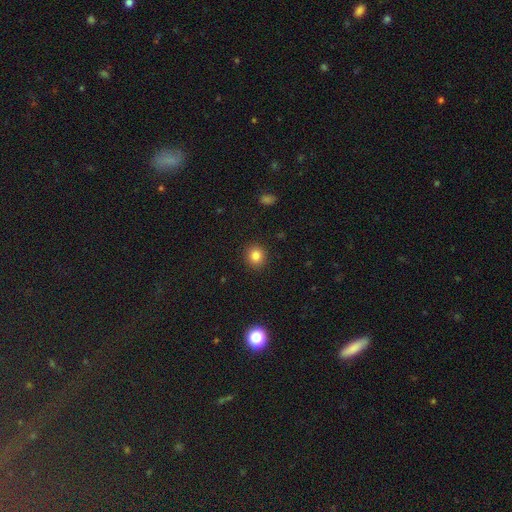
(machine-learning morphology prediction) type=smooth (83%); roundness=round (87%); merging=none (91%).